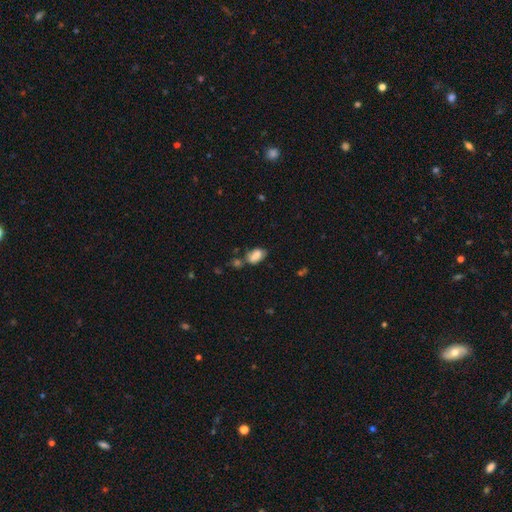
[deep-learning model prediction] smooth-or-featured: smooth: 79% | featured or disk: 11% | star or artifact: 9%
  how-rounded: in between: 90% | round: 7% | cigar-shaped: 3%
  merging: none: 50% | minor disturbance: 24% | merger: 18% | major disturbance: 8%